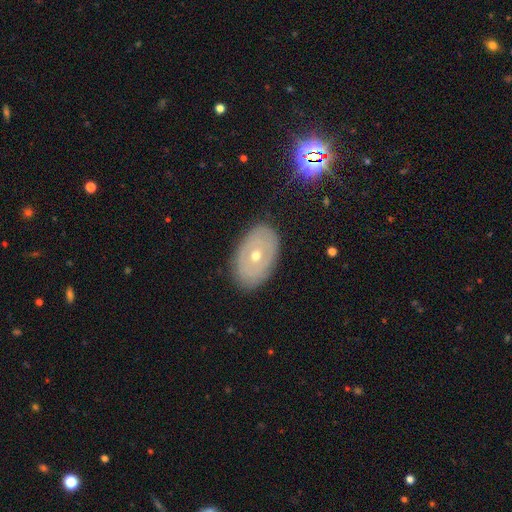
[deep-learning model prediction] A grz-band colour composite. It shows a featured or disk galaxy (58%) with no bar (89%), no spiral arms (72%) and a moderate central bulge (51%). Merging: none (84%).